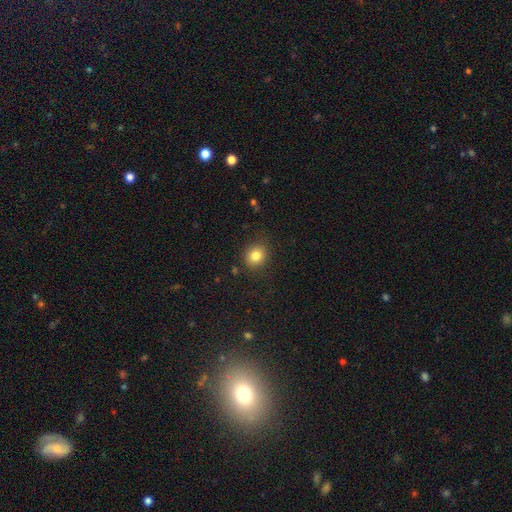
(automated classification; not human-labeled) Smooth or featured? Predicted: smooth (p=0.82). How rounded? Predicted: round (p=0.71). Merging? Predicted: none (p=0.86).